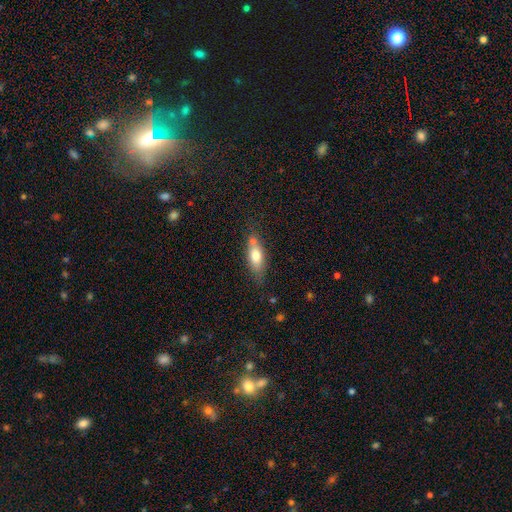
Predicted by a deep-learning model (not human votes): Overall: smooth (71%). How rounded: in between (72%). Merging: none (56%; merger 20%).